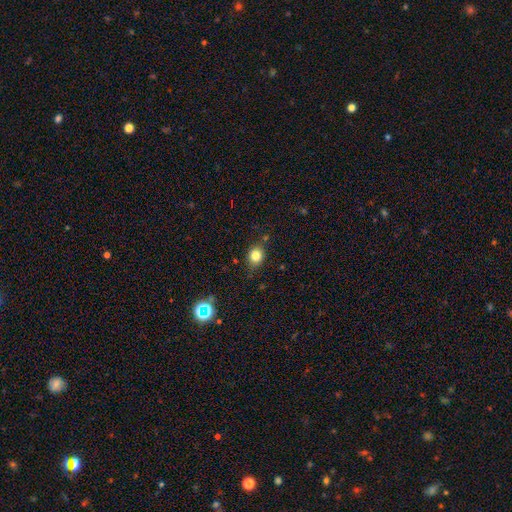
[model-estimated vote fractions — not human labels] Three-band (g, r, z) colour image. It shows a smooth galaxy with no disk features (81%) that is round (61%). Merging: none (79%).